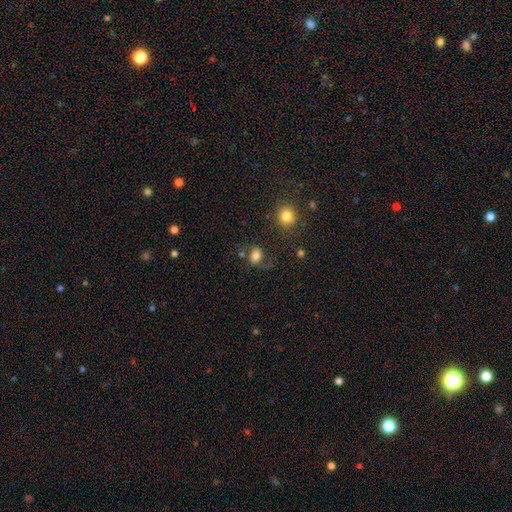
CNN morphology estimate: smooth 71%, featured or disk 18%, star or artifact 11%. Down the decision tree: how rounded — in between (56%); merging — none (57%).